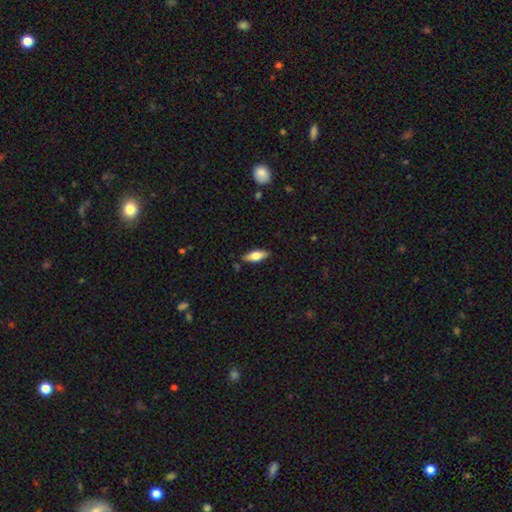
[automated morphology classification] This is likely a smooth galaxy (65%). How rounded: likely in between (67%). Merging: clearly none (86%).